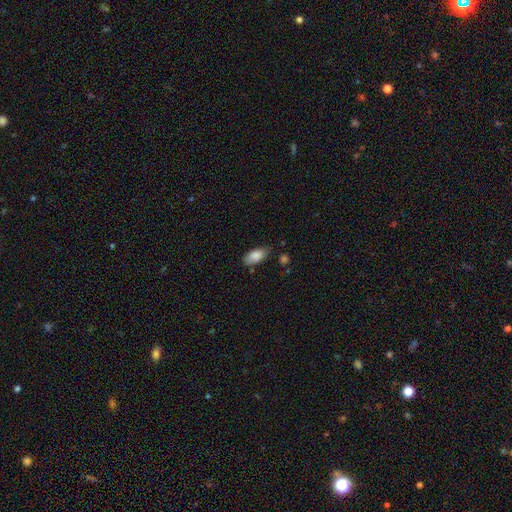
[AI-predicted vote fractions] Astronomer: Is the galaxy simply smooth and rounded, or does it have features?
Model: smooth — 86%.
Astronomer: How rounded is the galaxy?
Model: in between — 90%.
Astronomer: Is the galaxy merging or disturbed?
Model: none — 70%.